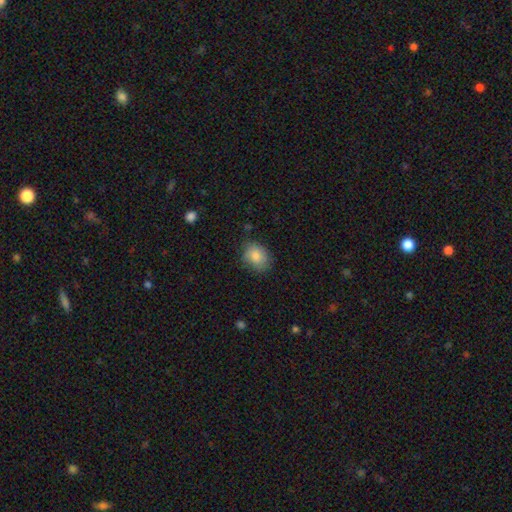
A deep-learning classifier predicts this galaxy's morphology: This is clearly a smooth galaxy (84%). How rounded: possibly in between (53%). Merging: likely none (74%).